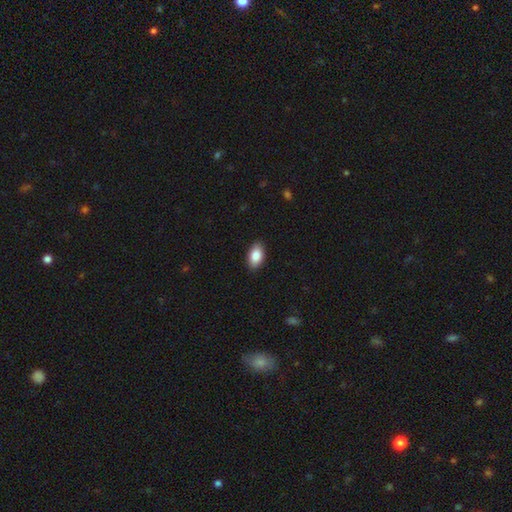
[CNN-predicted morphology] Smooth or featured?
  - smooth: 87% *
  - star or artifact: 7%
  - featured or disk: 7%
How rounded?
  - in between: 94% *
  - round: 4%
  - cigar-shaped: 2%
Merging?
  - none: 89% *
  - minor disturbance: 8%
  - major disturbance: 2%
  - merger: 1%